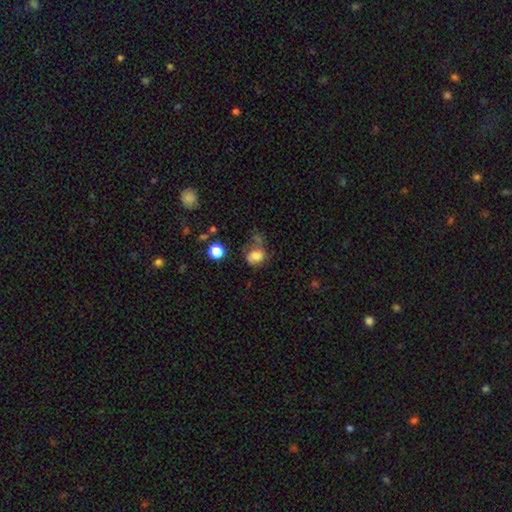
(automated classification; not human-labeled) The model was most divided on "how rounded": in between: 53%, round: 46%, cigar-shaped: 1%. Remaining: smooth or featured — smooth (69%); merging — none (41%).